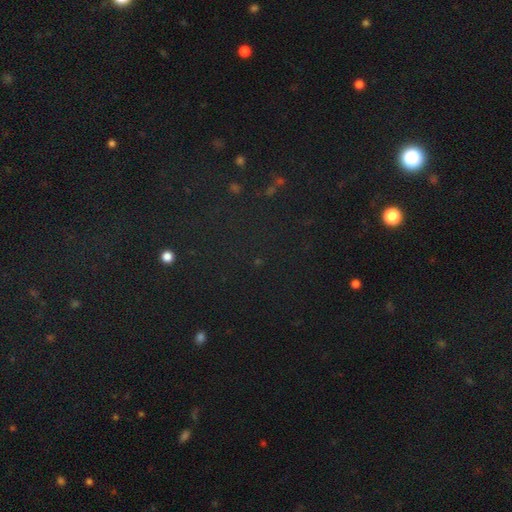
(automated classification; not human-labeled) Q: Smooth or featured?
A: star or artifact (74%); runner-up: smooth (18%)